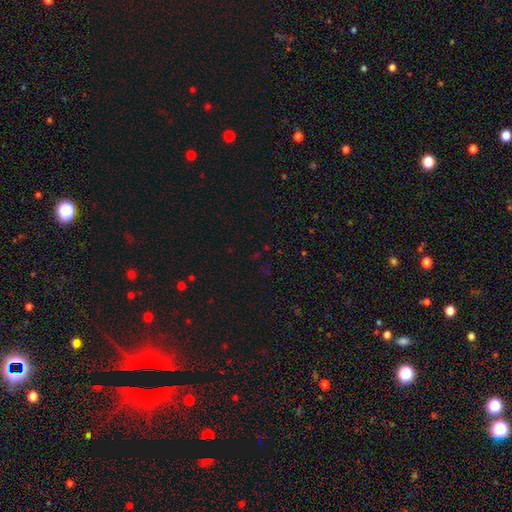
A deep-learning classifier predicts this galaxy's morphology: Q: Smooth or featured?
A: star or artifact (67%); runner-up: smooth (24%)